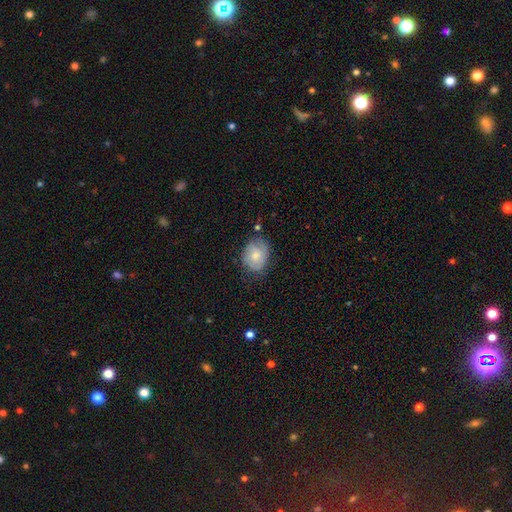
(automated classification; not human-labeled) Overall: smooth (59%; featured or disk 34%). How rounded: in between (51%; round 48%). Merging: none (62%; minor disturbance 28%).